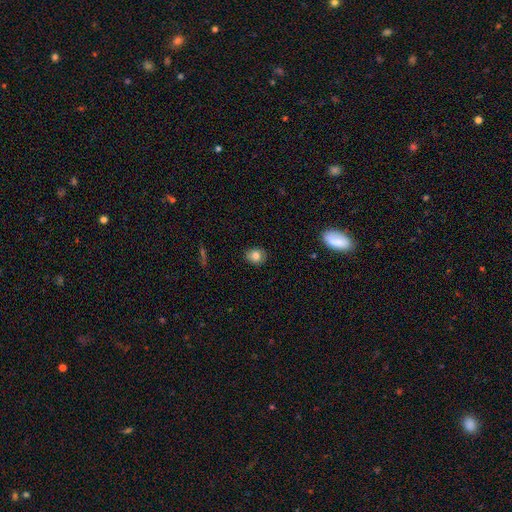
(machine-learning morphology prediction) Q: Smooth or featured?
A: smooth (81%); runner-up: star or artifact (10%)
Q: How rounded?
A: round (70%); runner-up: in between (29%)
Q: Merging?
A: none (84%); runner-up: minor disturbance (13%)